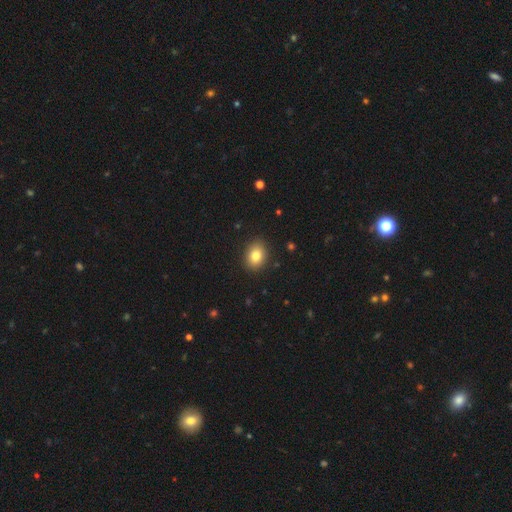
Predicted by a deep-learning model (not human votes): Smooth or featured: smooth — 82% (star or artifact — 10%)
How rounded: in between — 59% (round — 40%)
Merging: none — 90% (minor disturbance — 7%)